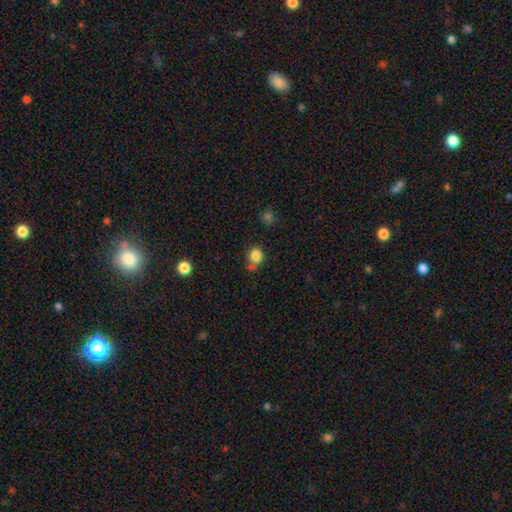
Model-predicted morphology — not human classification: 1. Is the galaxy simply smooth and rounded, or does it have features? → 83% smooth, 11% star or artifact, 6% featured or disk.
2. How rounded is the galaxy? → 76% round, 23% in between, 1% cigar-shaped.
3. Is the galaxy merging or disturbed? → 60% none, 22% minor disturbance, 12% merger, 6% major disturbance.